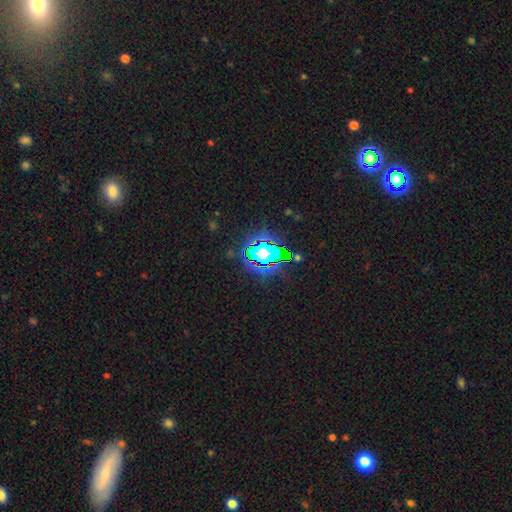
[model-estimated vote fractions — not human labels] smooth_or_featured: star or artifact (p=0.80) [alt: smooth p=0.12]